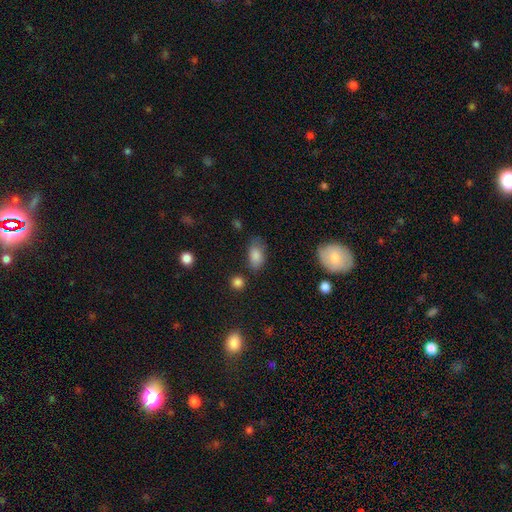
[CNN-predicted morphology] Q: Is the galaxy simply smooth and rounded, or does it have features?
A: smooth — 84%.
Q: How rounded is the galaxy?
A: in between — 90%.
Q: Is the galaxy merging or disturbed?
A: none — 65%.